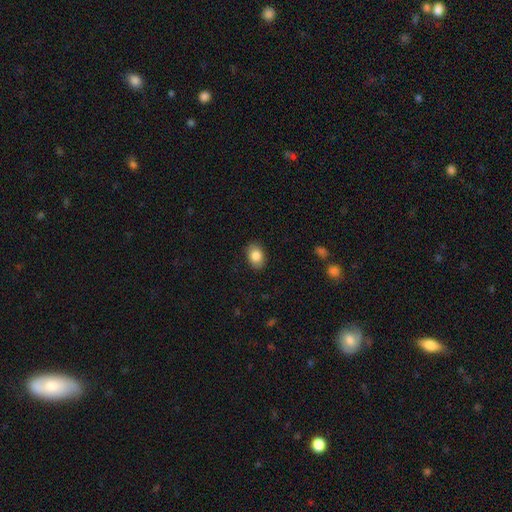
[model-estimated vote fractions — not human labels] A smooth galaxy with no disk features (85%) that is in between round and cigar-shaped (72%). Merging: none (88%).